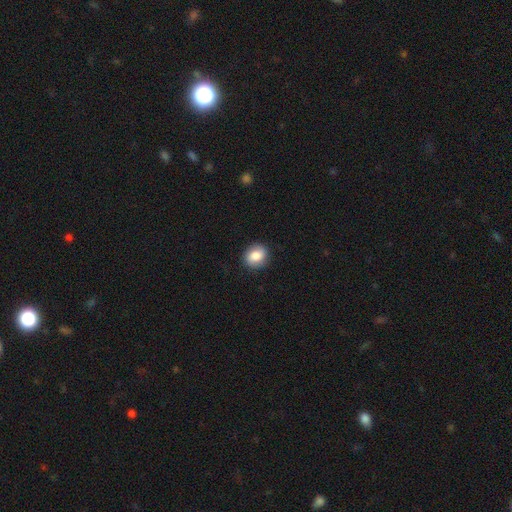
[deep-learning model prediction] Smooth or featured? Predicted: smooth (p=0.81). How rounded? Predicted: round (p=0.66). Merging? Predicted: none (p=0.88).